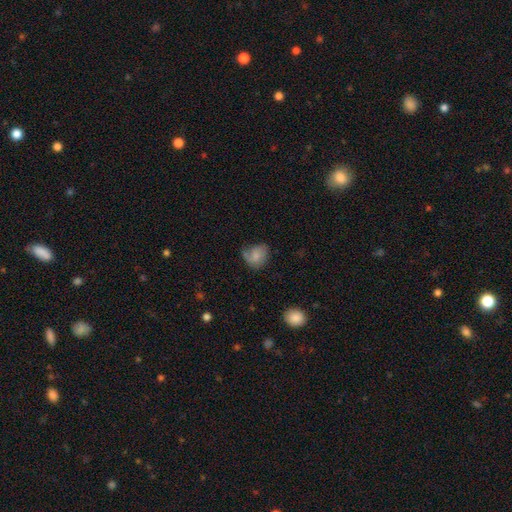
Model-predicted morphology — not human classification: Smooth or featured? smooth (56%)
How rounded? round (57%)
Merging? none (44%)